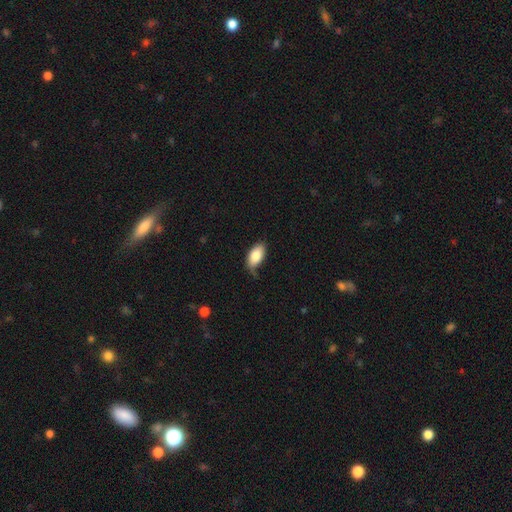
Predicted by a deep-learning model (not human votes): This is clearly a smooth galaxy (83%). How rounded: clearly in between (93%). Merging: possibly none (60%).